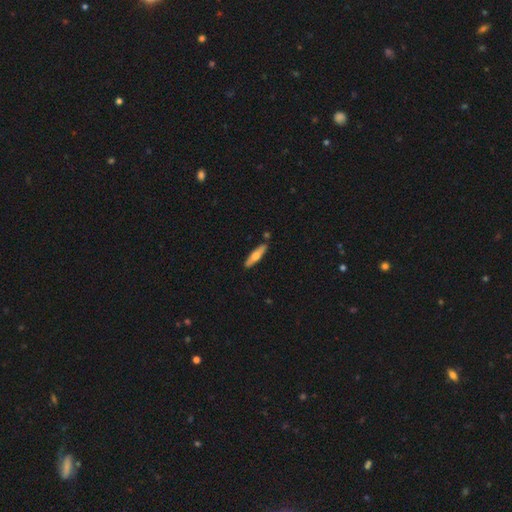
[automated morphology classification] A smooth galaxy with no disk features (54%) that is cigar-shaped (78%).

Vote fractions:
- Smooth or featured? smooth: 54% / featured or disk: 41% / star or artifact: 5%
- How rounded? cigar-shaped: 78% / in between: 20% / round: 2%
- Merging? none: 85% / minor disturbance: 9% / merger: 4% / major disturbance: 2%